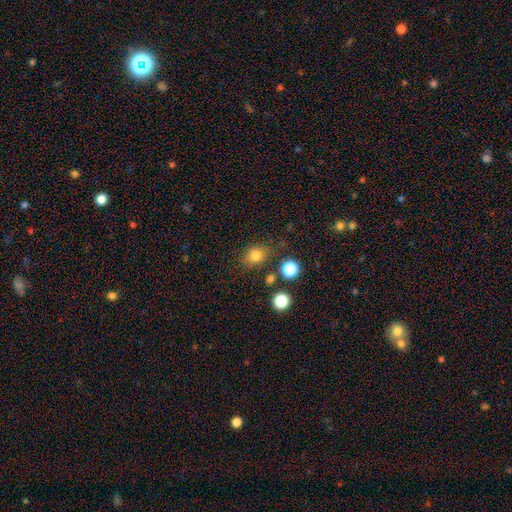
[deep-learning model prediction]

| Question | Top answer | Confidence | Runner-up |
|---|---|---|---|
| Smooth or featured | smooth | 80% | star or artifact (13%) |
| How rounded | round | 57% | in between (42%) |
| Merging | none | 75% | minor disturbance (15%) |